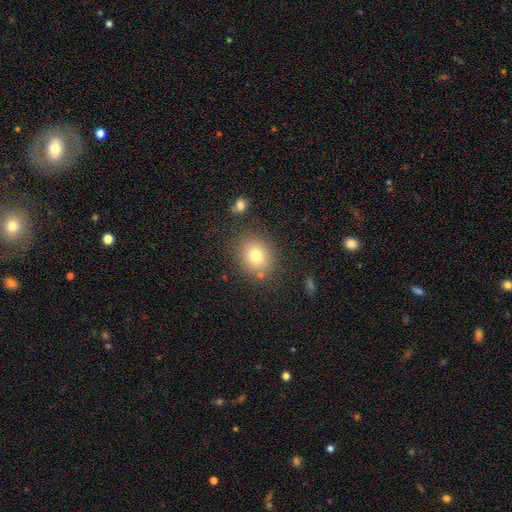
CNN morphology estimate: type=smooth (78%); roundness=round (60%); merging=none (80%).